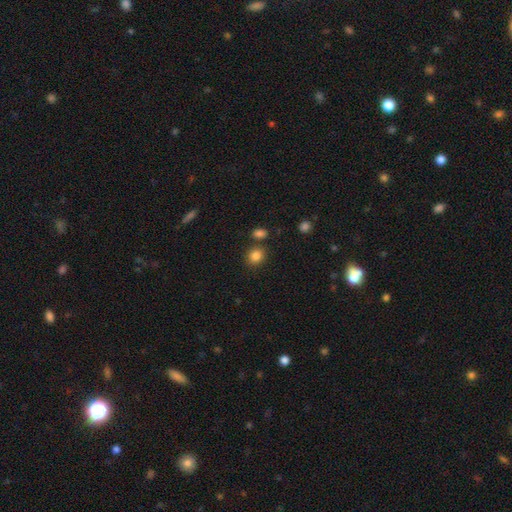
smooth_or_featured: smooth (p=0.92) [alt: star or artifact p=0.05]
how_rounded: round (p=0.77) [alt: in between p=0.20]
merging: none (p=0.92) [alt: minor disturbance p=0.06]